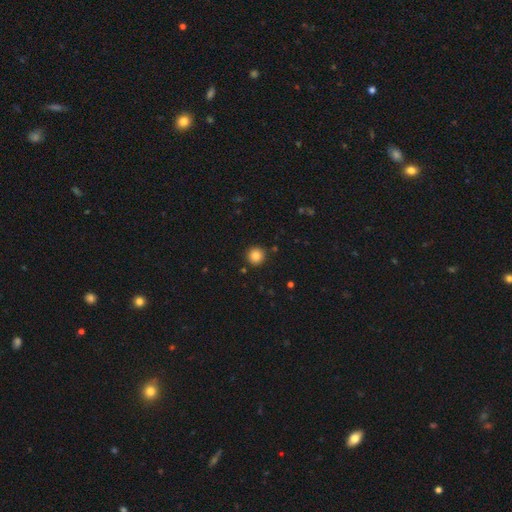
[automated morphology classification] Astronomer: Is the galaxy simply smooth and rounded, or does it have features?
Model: smooth — 84%.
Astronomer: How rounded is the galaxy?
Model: round — 95%.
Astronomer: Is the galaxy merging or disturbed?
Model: none — 91%.